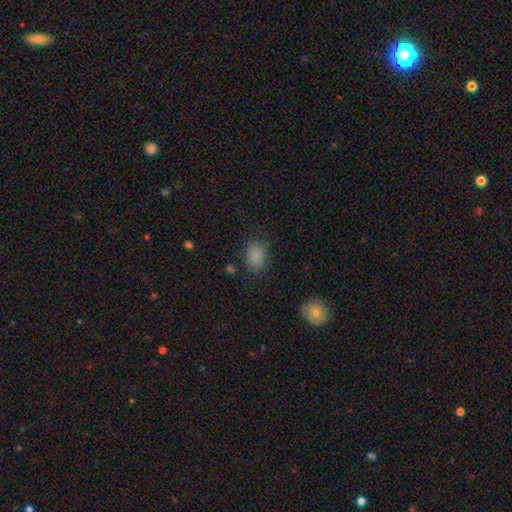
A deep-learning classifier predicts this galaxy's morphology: The model was most divided on "how rounded": in between: 62%, round: 37%, cigar-shaped: 1%. More confident: smooth or featured — smooth (84%); merging — none (78%).